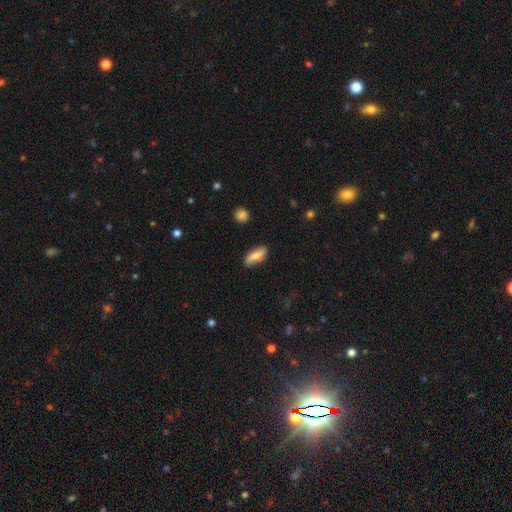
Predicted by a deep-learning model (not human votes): Smooth or featured: smooth — 55% (featured or disk — 37%)
How rounded: in between — 63% (cigar-shaped — 33%)
Merging: none — 77% (minor disturbance — 17%)